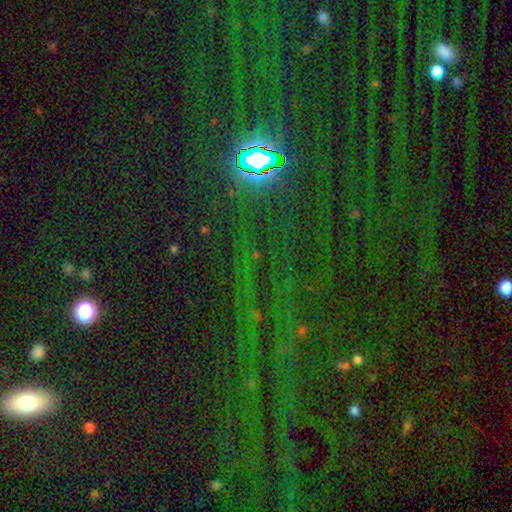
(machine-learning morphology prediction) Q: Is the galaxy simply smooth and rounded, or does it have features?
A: star or artifact — 84%.